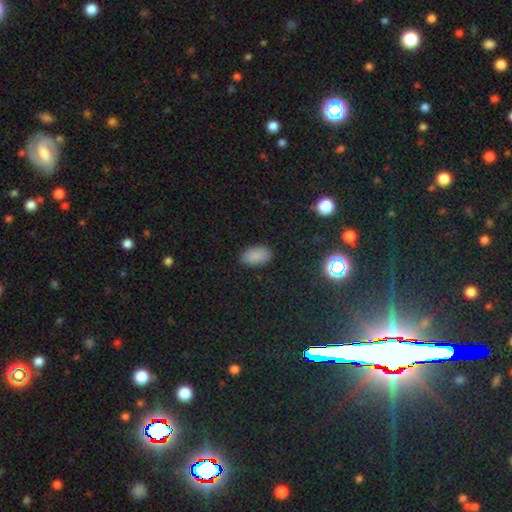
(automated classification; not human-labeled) A smooth galaxy with no disk features (86%) that is in between round and cigar-shaped (94%). Merging: none (87%).